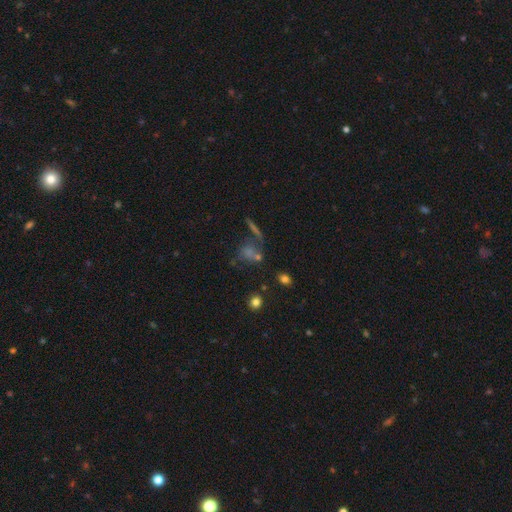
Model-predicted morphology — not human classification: A smooth galaxy with no disk features (38%).

Vote fractions:
- Smooth or featured? smooth: 38% / star or artifact: 35% / featured or disk: 27%
- Merging? none: 48% / merger: 27% / major disturbance: 12% / minor disturbance: 12%